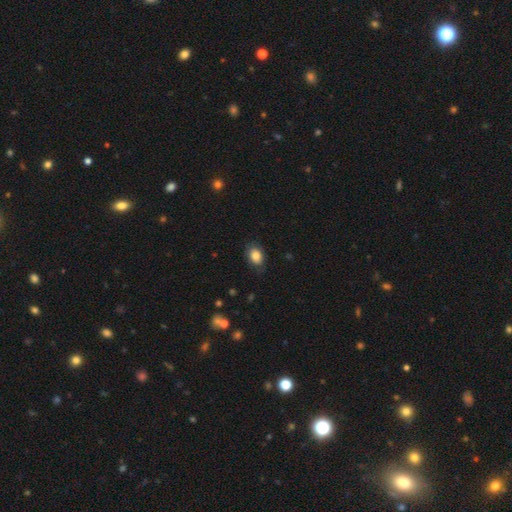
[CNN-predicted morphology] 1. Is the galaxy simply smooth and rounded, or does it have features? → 83% smooth, 8% star or artifact, 8% featured or disk.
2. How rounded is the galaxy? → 76% in between, 23% round, 1% cigar-shaped.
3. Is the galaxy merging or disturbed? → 78% none, 17% minor disturbance, 4% major disturbance, 1% merger.